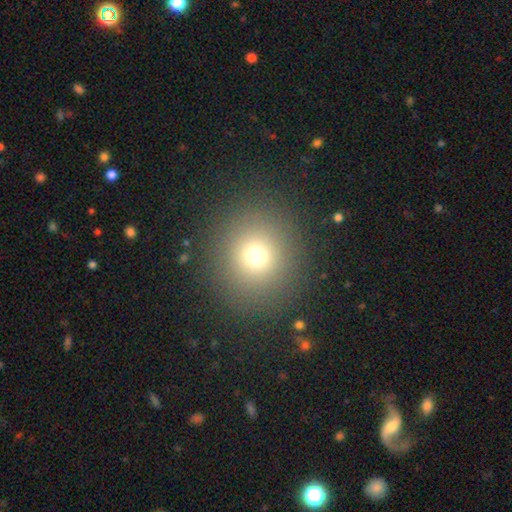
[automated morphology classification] Smooth or featured? smooth (71%)
How rounded? round (89%)
Merging? none (88%)